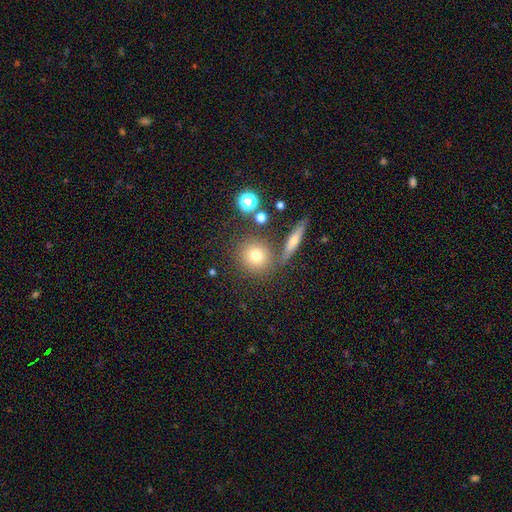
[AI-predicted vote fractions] This appears to be a smooth galaxy with no disk features (72%) that is round (87%). Merging: none (77%).